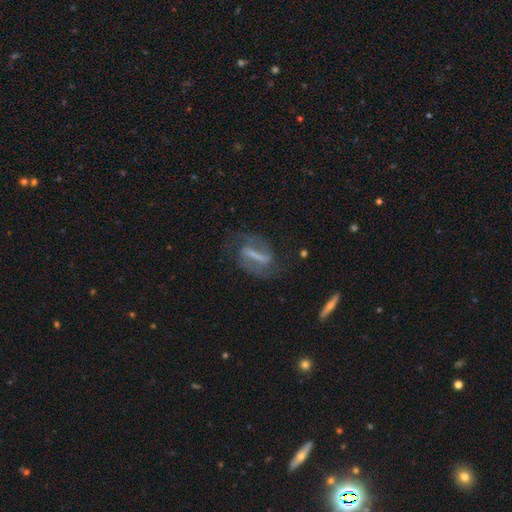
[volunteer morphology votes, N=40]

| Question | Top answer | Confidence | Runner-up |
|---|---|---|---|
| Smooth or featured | featured or disk | 82% | smooth (18%) |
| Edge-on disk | no | 76% | yes (24%) |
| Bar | strong | 88% | weak (12%) |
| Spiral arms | yes | 76% | no (24%) |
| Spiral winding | medium | 74% | tight (16%) |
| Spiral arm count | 2 | 89% | can't tell (11%) |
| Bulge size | none | 64% | large (16%) |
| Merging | none | 60% | major disturbance (22%) |